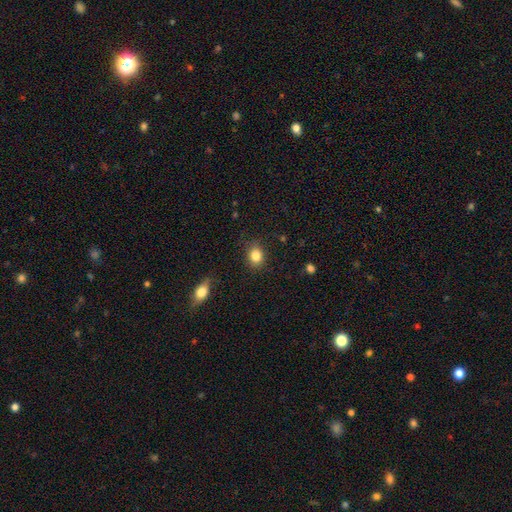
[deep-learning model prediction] This is clearly a smooth galaxy (84%). How rounded: possibly round (51%). Merging: clearly none (83%).